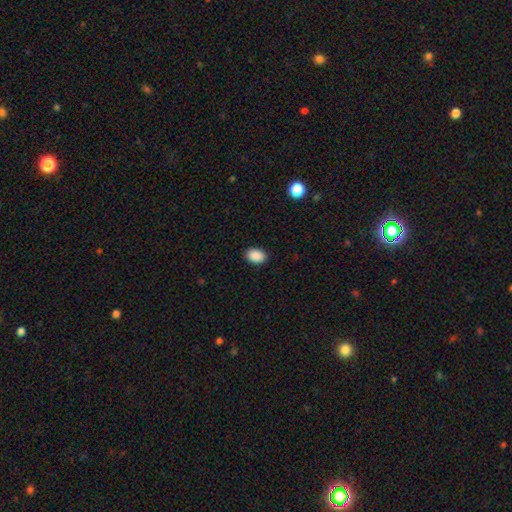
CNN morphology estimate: Smooth or featured? Predicted: smooth (p=0.90). How rounded? Predicted: in between (p=0.84). Merging? Predicted: none (p=0.89).